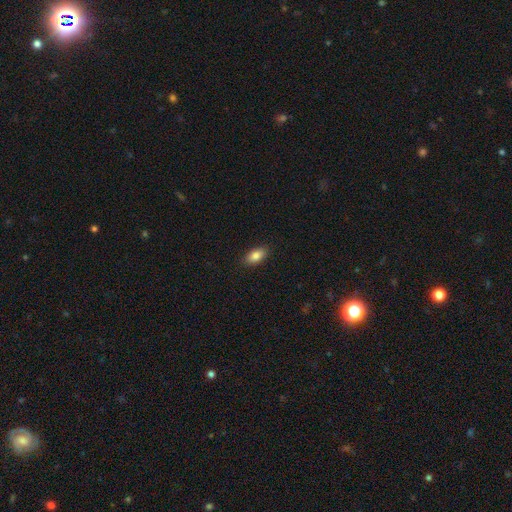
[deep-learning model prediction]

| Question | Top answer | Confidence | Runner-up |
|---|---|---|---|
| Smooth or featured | smooth | 84% | featured or disk (8%) |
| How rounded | in between | 90% | cigar-shaped (5%) |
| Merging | none | 88% | minor disturbance (9%) |